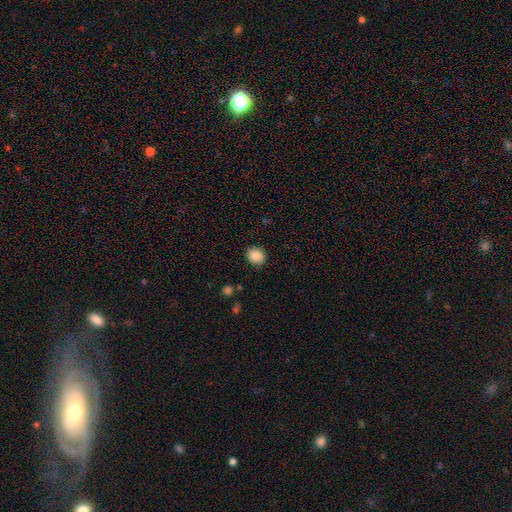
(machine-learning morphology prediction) Smooth or featured? smooth (87%)
How rounded? round (66%)
Merging? none (87%)